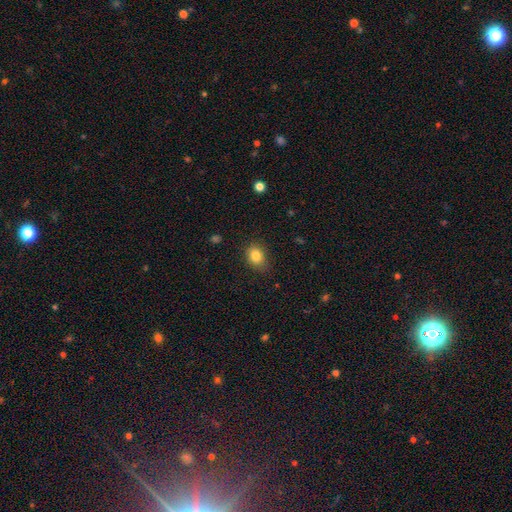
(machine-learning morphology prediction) This appears to be a smooth galaxy with no disk features (83%) that is in between round and cigar-shaped (63%). Merging: none (81%).